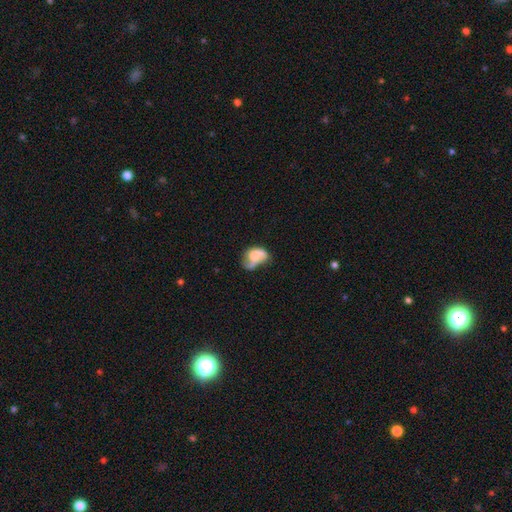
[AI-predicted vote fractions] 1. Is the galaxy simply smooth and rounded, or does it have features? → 54% featured or disk, 37% smooth, 8% star or artifact.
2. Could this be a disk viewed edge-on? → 97% no, 3% yes.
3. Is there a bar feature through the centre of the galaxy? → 69% no, 25% weak, 6% strong.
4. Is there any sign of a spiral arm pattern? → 71% yes, 29% no.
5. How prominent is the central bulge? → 31% none, 27% moderate, 20% small, 18% large, 4% dominant.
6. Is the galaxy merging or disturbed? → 31% none, 30% major disturbance, 25% minor disturbance, 14% merger.